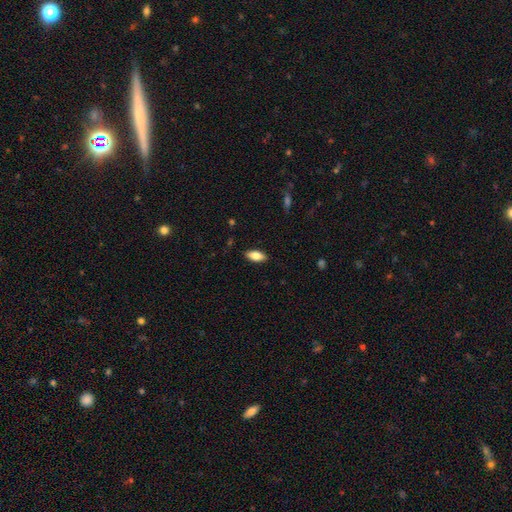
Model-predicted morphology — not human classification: The model was most divided on "smooth or featured": smooth: 80%, featured or disk: 13%, star or artifact: 7%. More confident: merging — none (88%); how rounded — in between (86%).